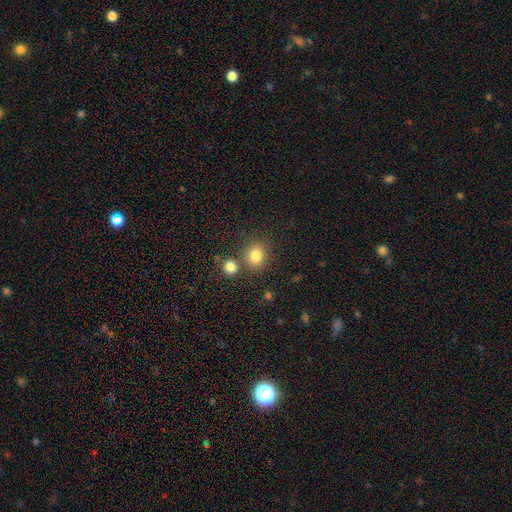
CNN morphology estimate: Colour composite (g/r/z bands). It shows a smooth galaxy with no disk features (81%) that is round (71%). Merging: none (71%).